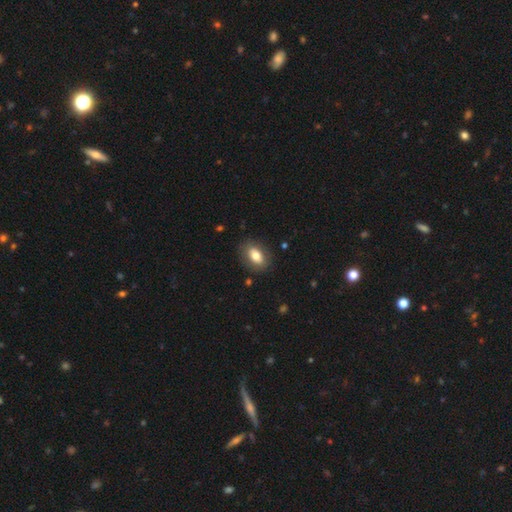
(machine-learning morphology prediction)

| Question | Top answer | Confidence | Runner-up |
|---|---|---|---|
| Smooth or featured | smooth | 77% | featured or disk (16%) |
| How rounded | in between | 86% | round (13%) |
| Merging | none | 84% | minor disturbance (11%) |